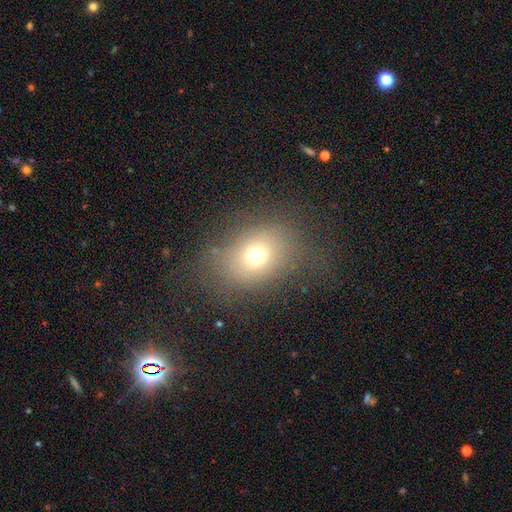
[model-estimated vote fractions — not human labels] Q: Smooth or featured?
A: smooth (68%); runner-up: star or artifact (18%)
Q: How rounded?
A: in between (51%); runner-up: round (48%)
Q: Merging?
A: none (73%); runner-up: minor disturbance (14%)